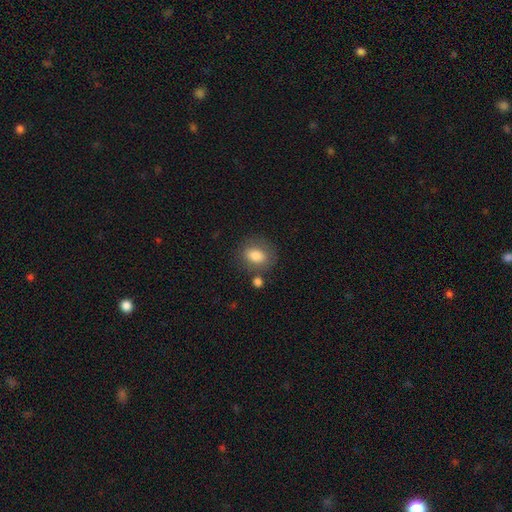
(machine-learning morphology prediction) Smooth or featured: smooth — 81% (featured or disk — 11%)
How rounded: in between — 54% (round — 45%)
Merging: none — 72% (minor disturbance — 15%)